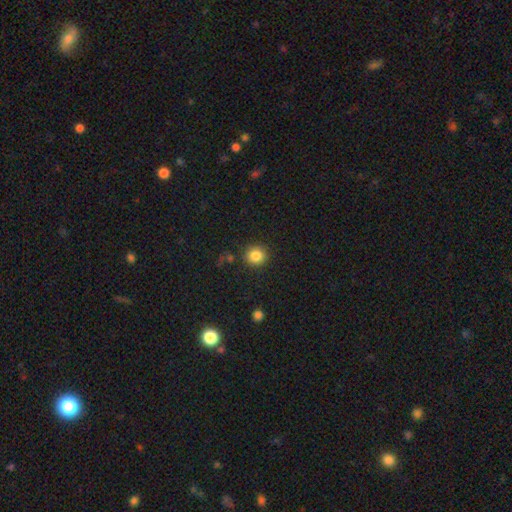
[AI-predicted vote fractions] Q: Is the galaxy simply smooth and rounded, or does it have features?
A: smooth — 84%.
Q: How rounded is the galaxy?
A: round — 88%.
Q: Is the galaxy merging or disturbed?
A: none — 87%.